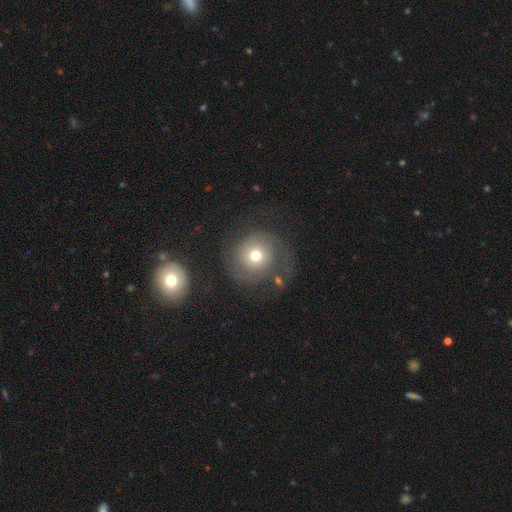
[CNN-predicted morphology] Smooth or featured: featured or disk — 46% (smooth — 43%)
Merging: none — 55% (major disturbance — 23%)